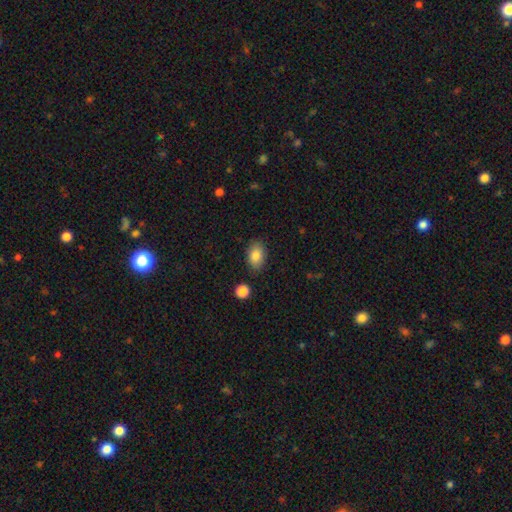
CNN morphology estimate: smooth_or_featured: smooth (p=0.84) [alt: featured or disk p=0.08]
how_rounded: in between (p=0.87) [alt: round p=0.12]
merging: none (p=0.84) [alt: minor disturbance p=0.11]